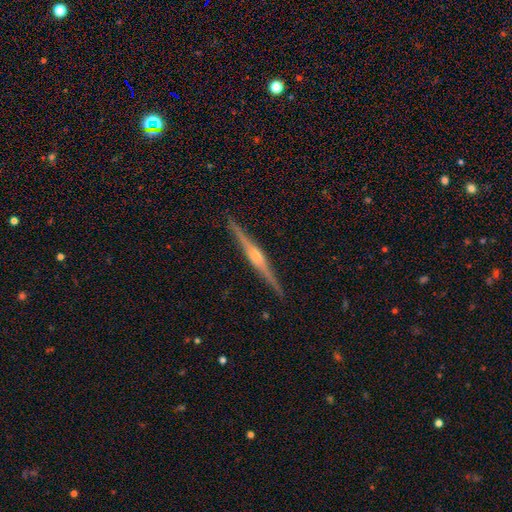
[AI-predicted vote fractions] Smooth or featured? featured or disk (86%)
Edge-on disk? yes (99%)
Edge-on bulge? rounded (85%)
Merging? none (92%)